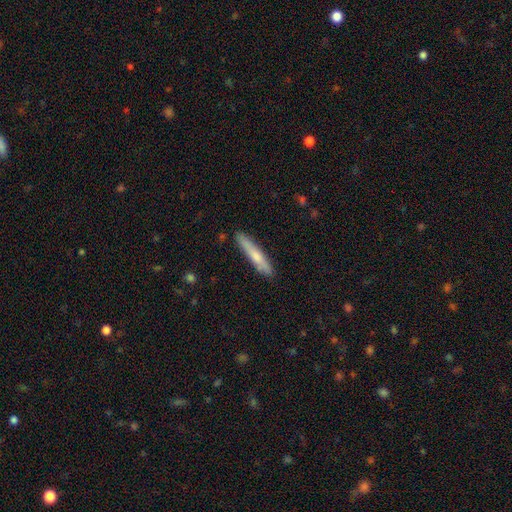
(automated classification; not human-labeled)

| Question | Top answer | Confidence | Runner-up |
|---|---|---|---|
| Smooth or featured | smooth | 63% | featured or disk (31%) |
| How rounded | cigar-shaped | 92% | in between (7%) |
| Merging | none | 86% | minor disturbance (11%) |